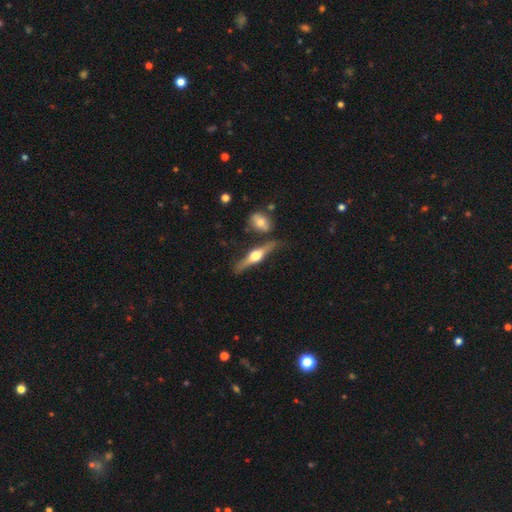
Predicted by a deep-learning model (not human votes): Smooth or featured: featured or disk — 75% (smooth — 20%)
Edge-on disk: yes — 96% (no — 4%)
Edge-on bulge: rounded — 95% (boxy — 3%)
Merging: none — 77% (minor disturbance — 12%)